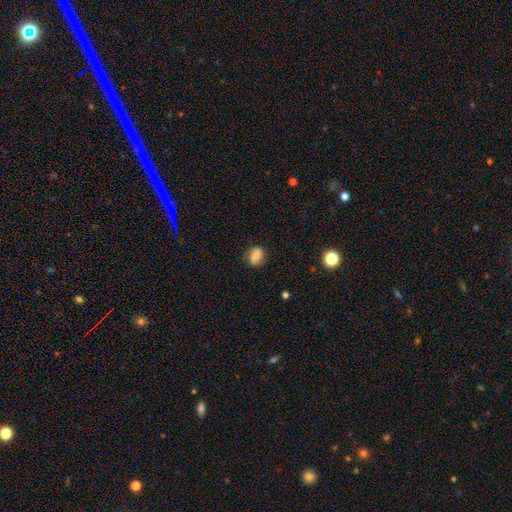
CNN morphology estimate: smooth-or-featured: smooth: 70% | featured or disk: 20% | star or artifact: 10%
  how-rounded: round: 53% | in between: 45% | cigar-shaped: 1%
  merging: none: 73% | minor disturbance: 20% | major disturbance: 5% | merger: 2%